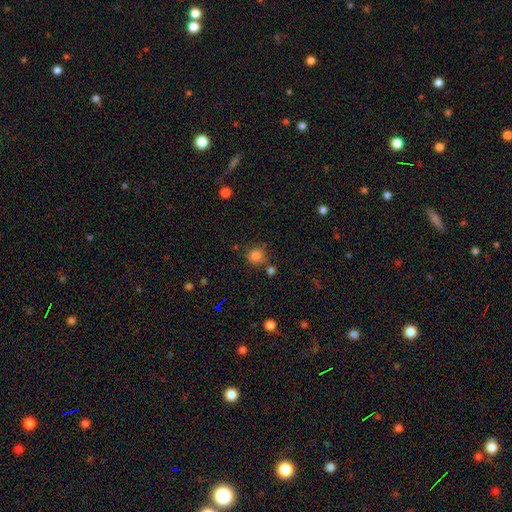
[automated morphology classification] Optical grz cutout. It shows a smooth galaxy with no disk features (83%) that is round (89%). Merging: none (75%).